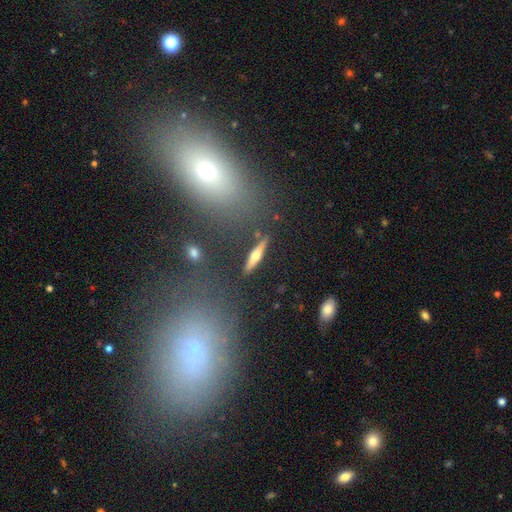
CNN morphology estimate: Q: Smooth or featured?
A: featured or disk (56%); runner-up: smooth (36%)
Q: Edge-on disk?
A: yes (93%); runner-up: no (7%)
Q: Edge-on bulge?
A: rounded (92%); runner-up: none (4%)
Q: Merging?
A: none (85%); runner-up: minor disturbance (8%)